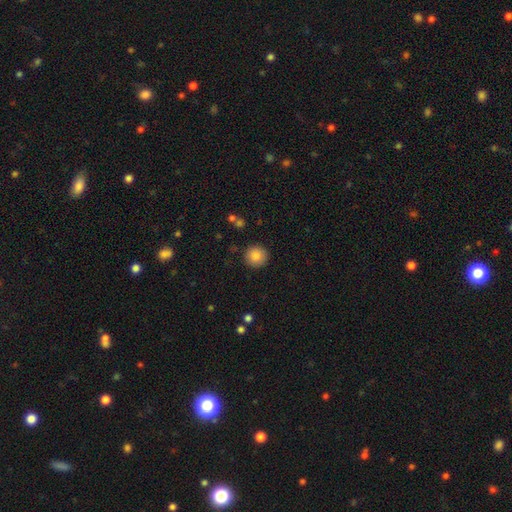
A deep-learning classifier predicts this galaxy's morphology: smooth 86%, star or artifact 9%, featured or disk 5%. Down the decision tree: how rounded — round (95%); merging — none (90%).